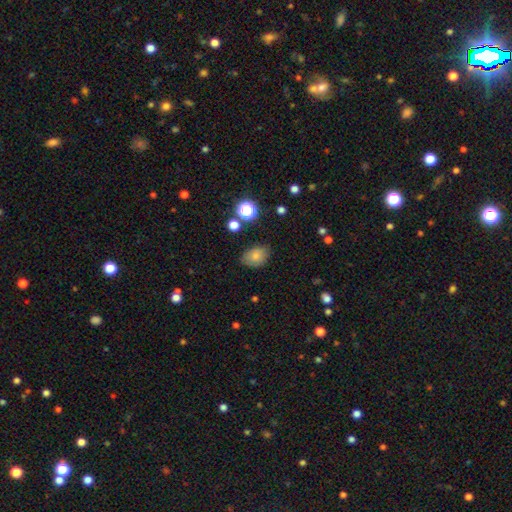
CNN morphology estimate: smooth 77%, star or artifact 12%, featured or disk 11%. Down the decision tree: how rounded — in between (72%); merging — none (75%).